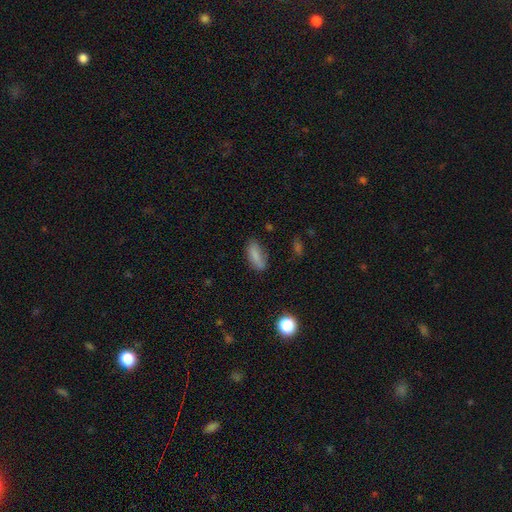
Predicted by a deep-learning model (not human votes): smooth_or_featured: smooth (p=0.83) [alt: featured or disk p=0.09]
how_rounded: in between (p=0.79) [alt: cigar-shaped p=0.18]
merging: none (p=0.71) [alt: minor disturbance p=0.21]